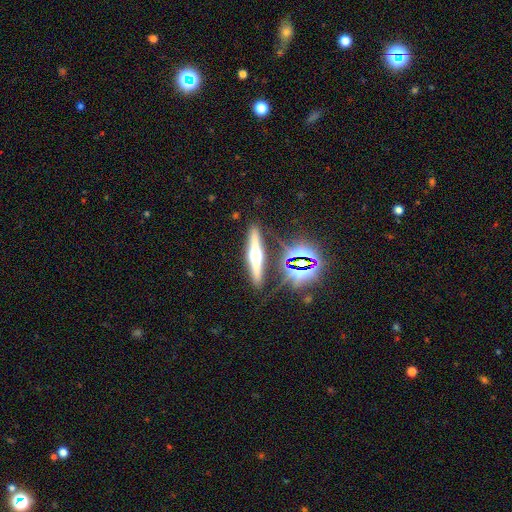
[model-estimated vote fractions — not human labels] Smooth or featured? featured or disk (64%)
Edge-on disk? yes (95%)
Edge-on bulge? rounded (92%)
Merging? none (85%)